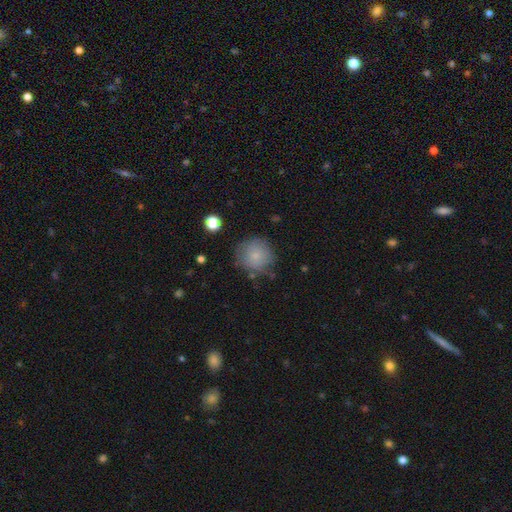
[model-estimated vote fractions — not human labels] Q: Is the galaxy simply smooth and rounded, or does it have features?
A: smooth — 77%.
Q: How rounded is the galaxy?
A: round — 92%.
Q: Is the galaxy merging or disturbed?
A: none — 72%.